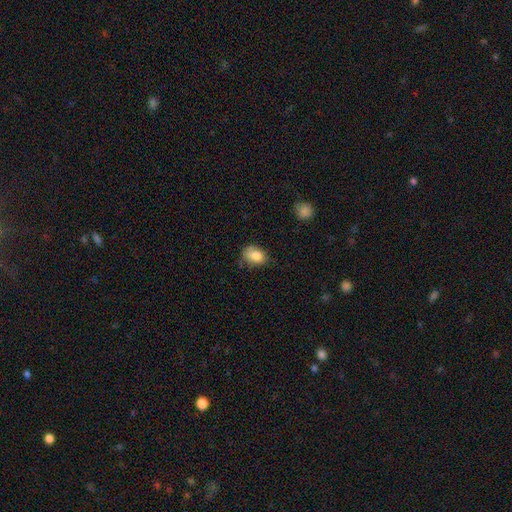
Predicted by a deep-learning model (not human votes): This appears to be a smooth galaxy with no disk features (82%) that is in between round and cigar-shaped (69%). Merging: none (53%).